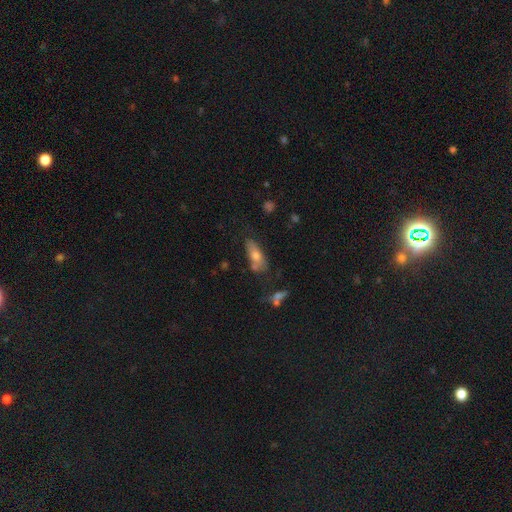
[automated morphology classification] type=smooth (65%); roundness=in between (73%); merging=none (50%).